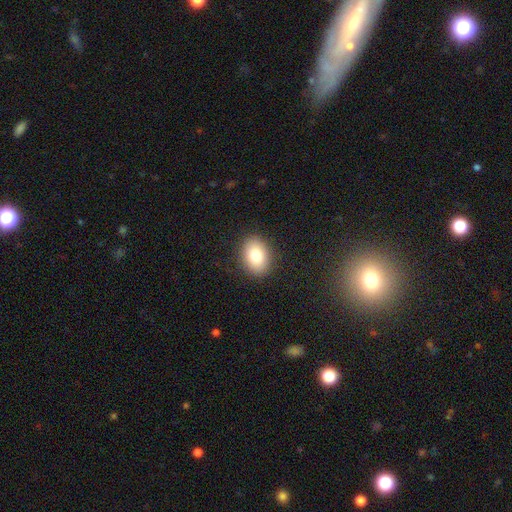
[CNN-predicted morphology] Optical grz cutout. It shows a smooth galaxy with no disk features (81%) that is in between round and cigar-shaped (72%). Merging: none (89%).